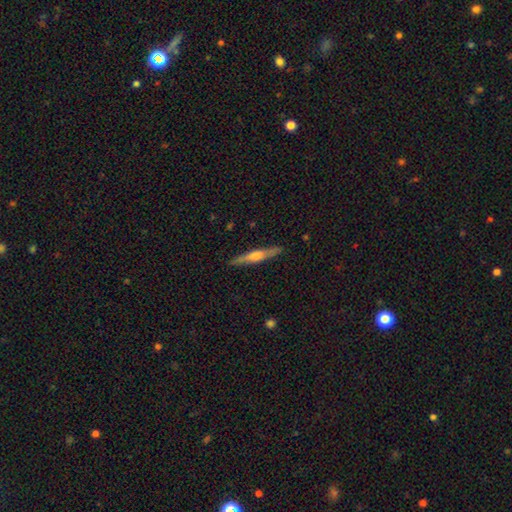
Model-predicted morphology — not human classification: The model was most divided on "smooth or featured": featured or disk: 62%, smooth: 32%, star or artifact: 6%. More confident: edge-on disk — yes (97%); merging — none (89%); edge-on bulge — rounded (83%).